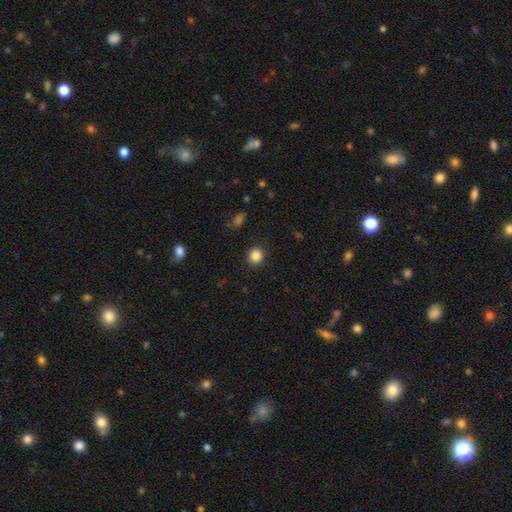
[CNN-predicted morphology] smooth_or_featured: smooth (p=0.86) [alt: star or artifact p=0.11]
how_rounded: round (p=0.86) [alt: in between p=0.13]
merging: none (p=0.90) [alt: minor disturbance p=0.06]